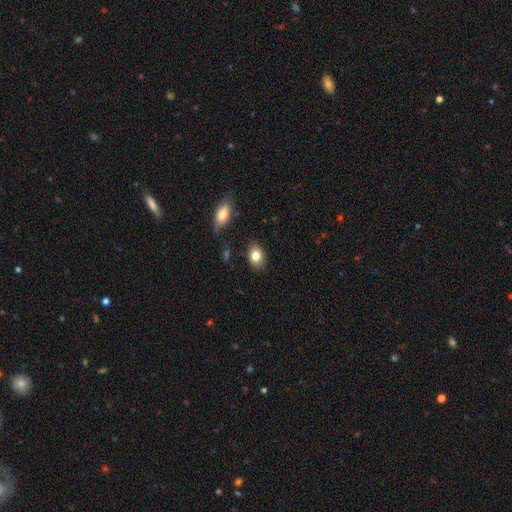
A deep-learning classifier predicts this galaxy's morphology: Smooth or featured? Predicted: smooth (p=0.83). How rounded? Predicted: in between (p=0.73). Merging? Predicted: none (p=0.83).